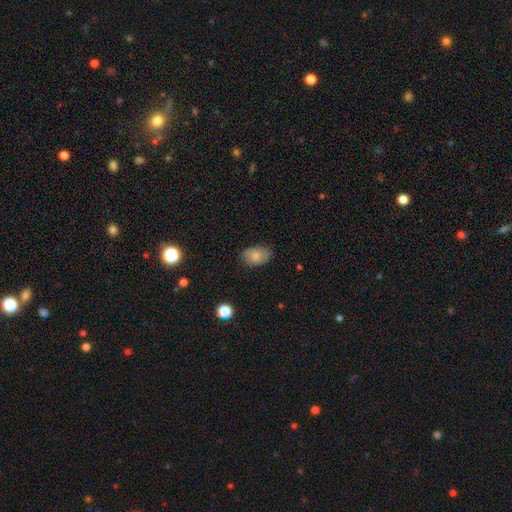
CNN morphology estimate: Overall: smooth (75%). How rounded: in between (79%). Merging: none (73%).